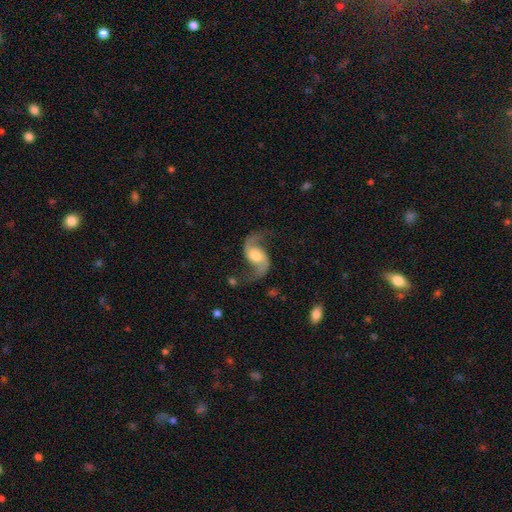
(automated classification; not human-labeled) A featured or disk galaxy (90%) with no bar (50%), 2 (94%) loose (71%) spiral arms (97%) and a moderate central bulge (62%).

Vote fractions:
- Smooth or featured? featured or disk: 90% / smooth: 5% / star or artifact: 5%
- Edge-on disk? no: 97% / yes: 3%
- Bar? no: 50% / weak: 37% / strong: 13%
- Spiral arms? yes: 97% / no: 3%
- Spiral winding? loose: 71% / medium: 24% / tight: 5%
- Spiral arm count? 2: 94% / 1: 2% / can't tell: 1% / 3: 1% / 4: 1% / more than 4: 1%
- Bulge size? moderate: 62% / small: 19% / large: 15% / none: 3% / dominant: 2%
- Merging? none: 76% / minor disturbance: 14% / major disturbance: 8% / merger: 2%